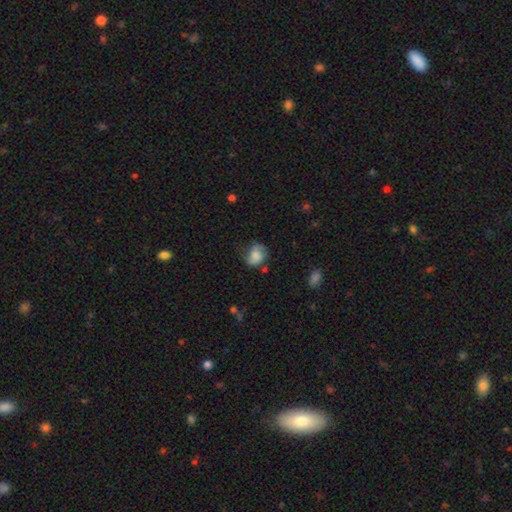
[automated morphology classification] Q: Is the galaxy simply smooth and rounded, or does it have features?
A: smooth — 56%.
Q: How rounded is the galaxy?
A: in between — 50%.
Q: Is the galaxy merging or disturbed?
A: none — 55%.